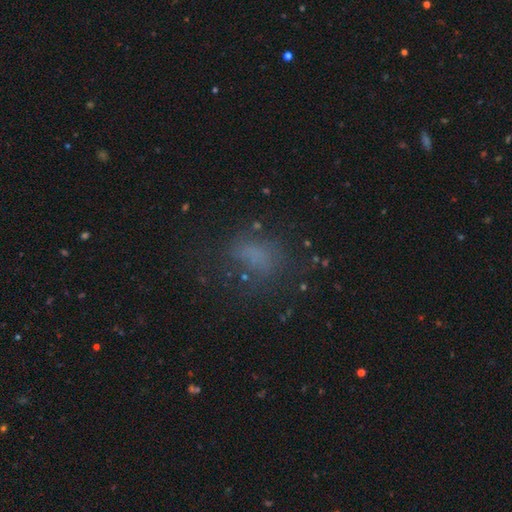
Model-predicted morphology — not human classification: smooth_or_featured: smooth (p=0.60) [alt: star or artifact p=0.23]
how_rounded: in between (p=0.68) [alt: round p=0.29]
merging: none (p=0.58) [alt: major disturbance p=0.20]